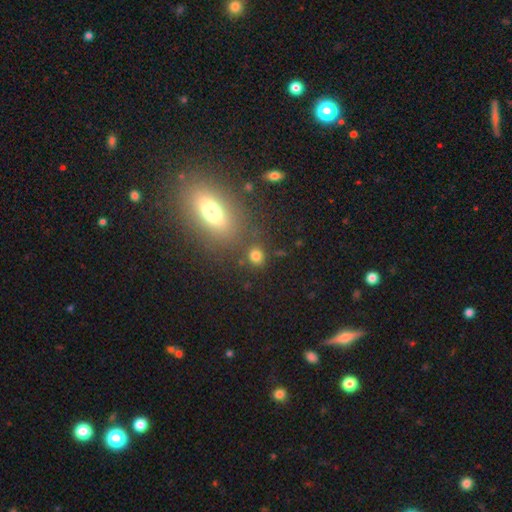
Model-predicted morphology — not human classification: Q: Smooth or featured?
A: smooth (77%); runner-up: star or artifact (17%)
Q: How rounded?
A: round (72%); runner-up: in between (26%)
Q: Merging?
A: none (78%); runner-up: minor disturbance (10%)